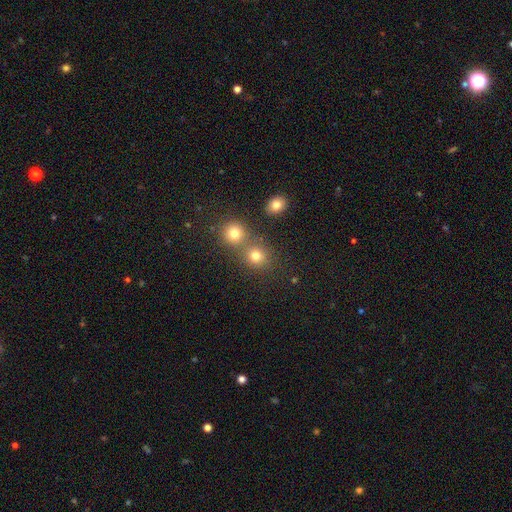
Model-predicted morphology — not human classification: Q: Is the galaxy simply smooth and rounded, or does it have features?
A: smooth — 78%.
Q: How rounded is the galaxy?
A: round — 85%.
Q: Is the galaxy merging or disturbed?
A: none — 62%.